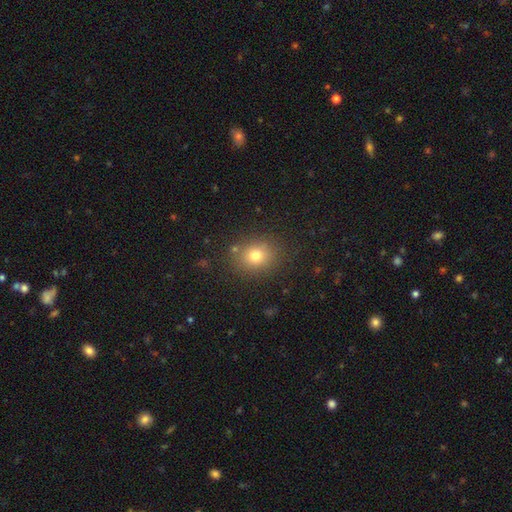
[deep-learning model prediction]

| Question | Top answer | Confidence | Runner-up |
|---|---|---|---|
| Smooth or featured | smooth | 76% | star or artifact (15%) |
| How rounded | round | 68% | in between (31%) |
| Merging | none | 83% | minor disturbance (10%) |